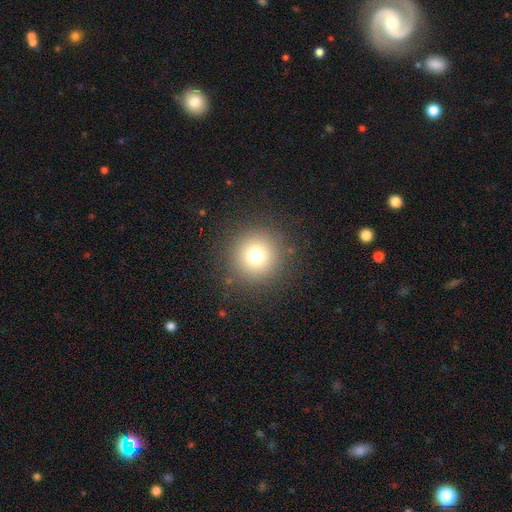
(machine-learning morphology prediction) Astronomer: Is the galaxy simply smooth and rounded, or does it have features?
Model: smooth — 75%.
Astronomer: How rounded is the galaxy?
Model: round — 96%.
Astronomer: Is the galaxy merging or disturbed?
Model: none — 89%.